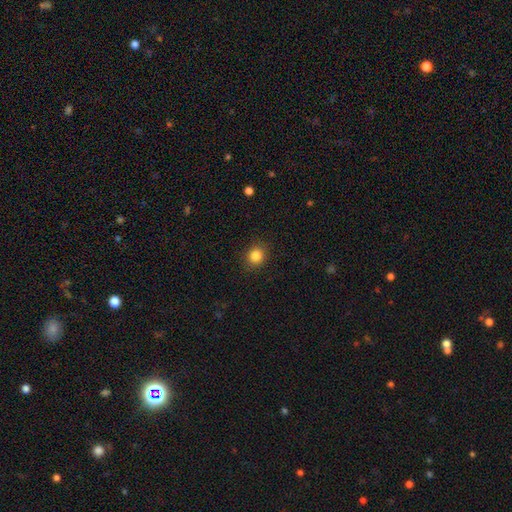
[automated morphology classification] Smooth or featured?
  - smooth: 84% *
  - star or artifact: 11%
  - featured or disk: 5%
How rounded?
  - round: 79% *
  - in between: 20%
  - cigar-shaped: 1%
Merging?
  - none: 89% *
  - minor disturbance: 7%
  - major disturbance: 2%
  - merger: 1%